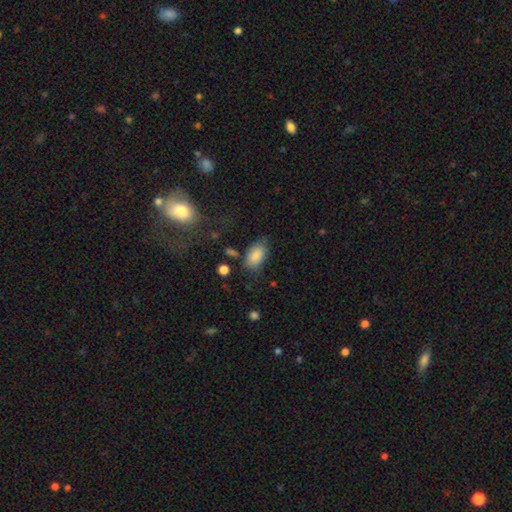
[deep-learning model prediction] Smooth or featured?
  - smooth: 86% *
  - star or artifact: 8%
  - featured or disk: 6%
How rounded?
  - in between: 92% *
  - round: 5%
  - cigar-shaped: 2%
Merging?
  - none: 68% *
  - minor disturbance: 22%
  - major disturbance: 7%
  - merger: 4%